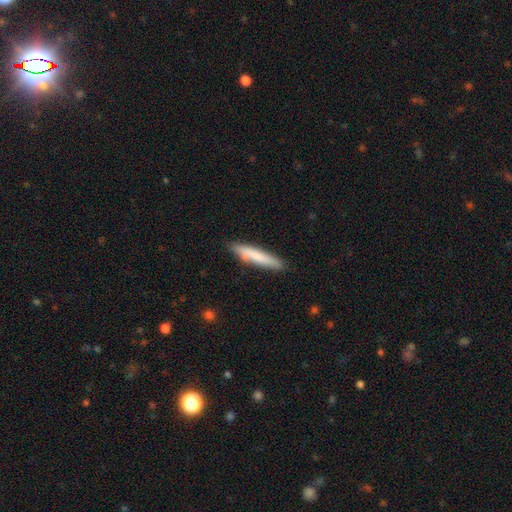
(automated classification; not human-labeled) Smooth or featured? smooth (74%)
How rounded? cigar-shaped (90%)
Merging? none (84%)